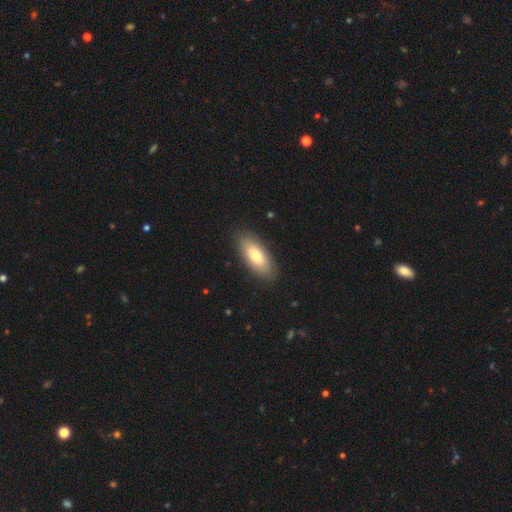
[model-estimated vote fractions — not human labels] smooth_or_featured: smooth (p=0.72) [alt: featured or disk p=0.22]
how_rounded: in between (p=0.83) [alt: cigar-shaped p=0.15]
merging: none (p=0.88) [alt: minor disturbance p=0.09]